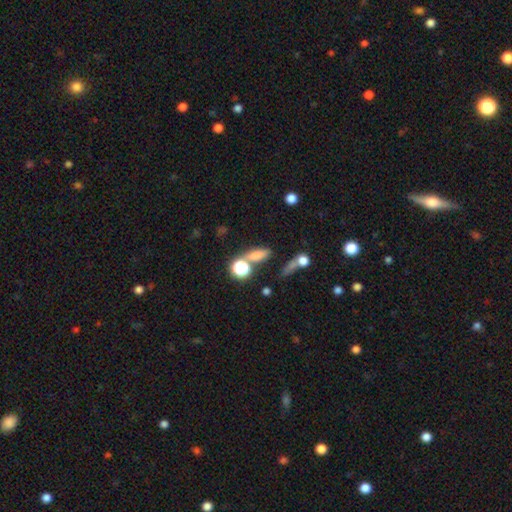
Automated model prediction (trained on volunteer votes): smooth 67%, star or artifact 22%, featured or disk 11%. Down the decision tree: how rounded — in between (44%); merging — none (64%).